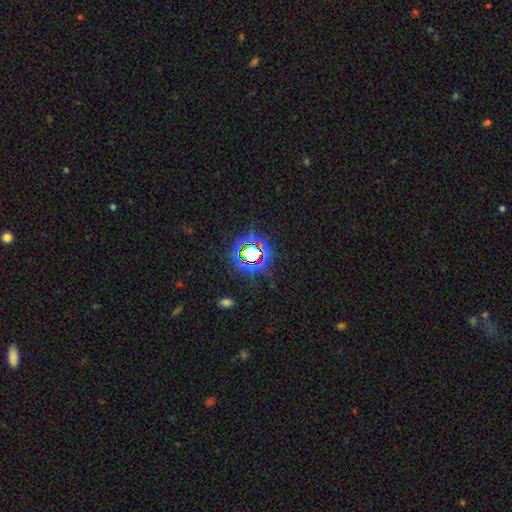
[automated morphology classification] Q: Smooth or featured?
A: star or artifact (74%); runner-up: smooth (17%)